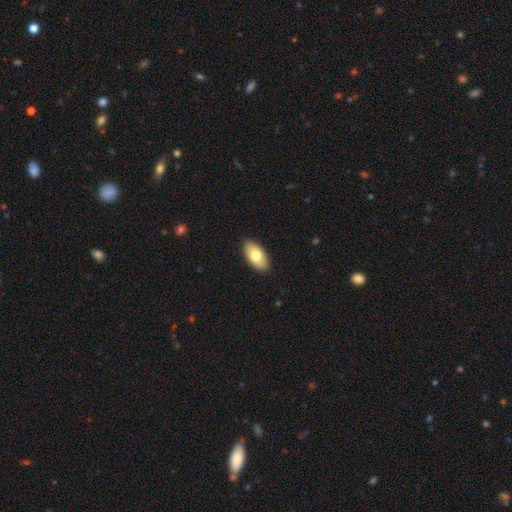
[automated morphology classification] Q: Smooth or featured?
A: smooth (76%); runner-up: featured or disk (19%)
Q: How rounded?
A: in between (94%); runner-up: cigar-shaped (3%)
Q: Merging?
A: none (90%); runner-up: minor disturbance (8%)